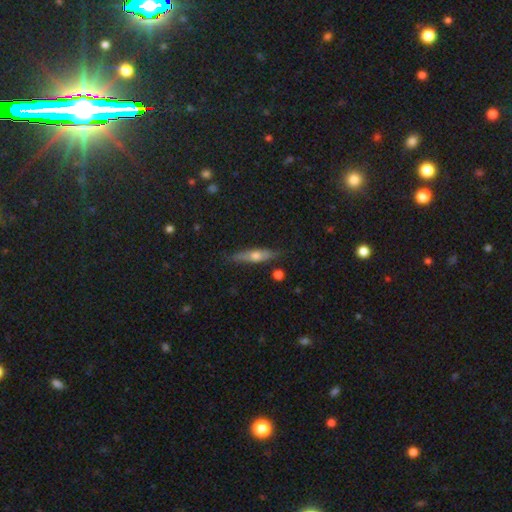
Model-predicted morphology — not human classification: Smooth or featured?
  - featured or disk: 50% *
  - smooth: 43%
  - star or artifact: 7%
Merging?
  - none: 82% *
  - minor disturbance: 14%
  - major disturbance: 3%
  - merger: 2%